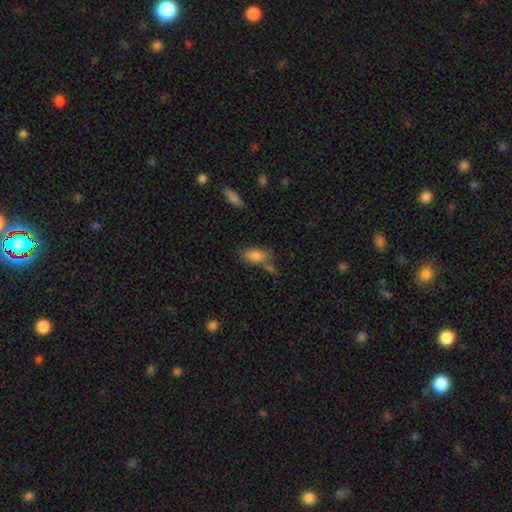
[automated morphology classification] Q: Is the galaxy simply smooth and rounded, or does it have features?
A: smooth — 82%.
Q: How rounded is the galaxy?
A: in between — 90%.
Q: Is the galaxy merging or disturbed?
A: none — 48%.